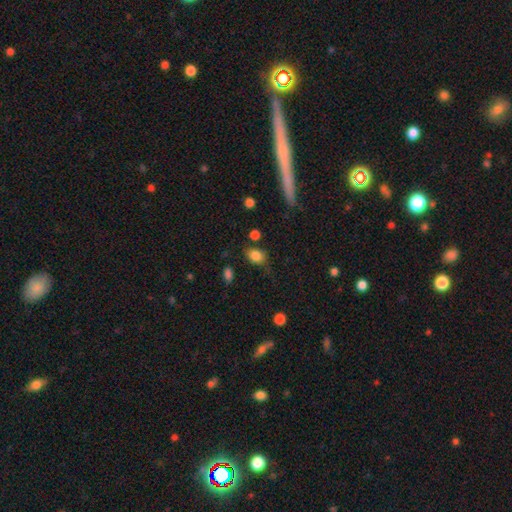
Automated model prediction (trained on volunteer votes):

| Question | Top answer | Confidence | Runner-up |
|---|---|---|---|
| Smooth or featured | smooth | 83% | star or artifact (10%) |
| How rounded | in between | 66% | round (33%) |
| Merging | none | 71% | minor disturbance (19%) |